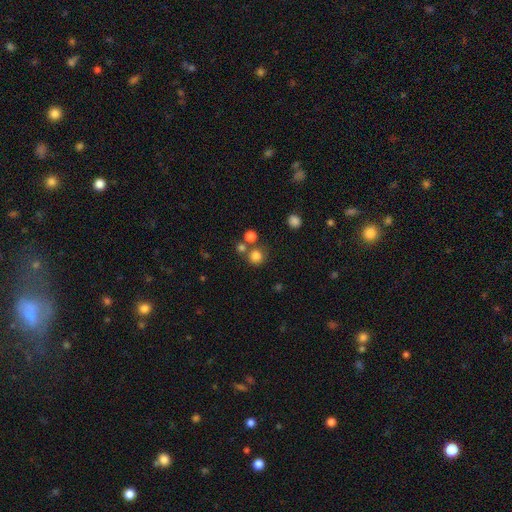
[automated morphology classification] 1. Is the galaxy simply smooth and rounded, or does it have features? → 79% smooth, 14% star or artifact, 6% featured or disk.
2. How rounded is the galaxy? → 90% round, 9% in between, 1% cigar-shaped.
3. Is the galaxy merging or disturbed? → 67% none, 21% merger, 8% minor disturbance, 4% major disturbance.